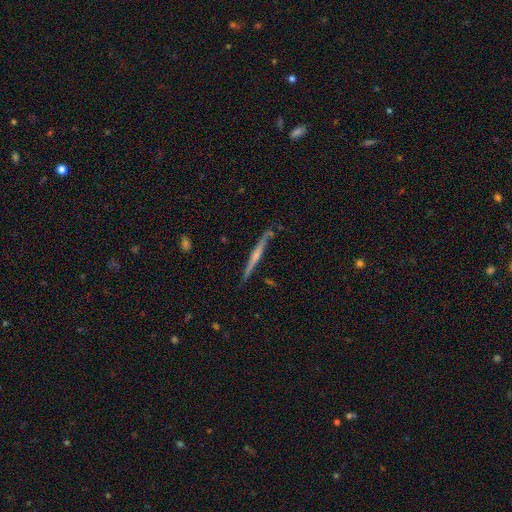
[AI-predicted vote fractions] smooth_or_featured: featured or disk (p=0.66) [alt: smooth p=0.29]
disk_edge_on: yes (p=0.97) [alt: no p=0.03]
edge_on_bulge: rounded (p=0.47) [alt: none p=0.42]
merging: none (p=0.82) [alt: minor disturbance p=0.13]